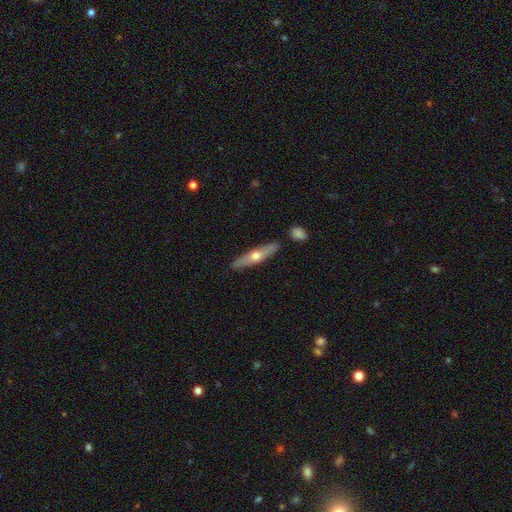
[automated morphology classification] smooth_or_featured: featured or disk (p=0.58) [alt: smooth p=0.37]
disk_edge_on: yes (p=0.89) [alt: no p=0.11]
edge_on_bulge: rounded (p=0.91) [alt: none p=0.07]
merging: none (p=0.87) [alt: minor disturbance p=0.08]